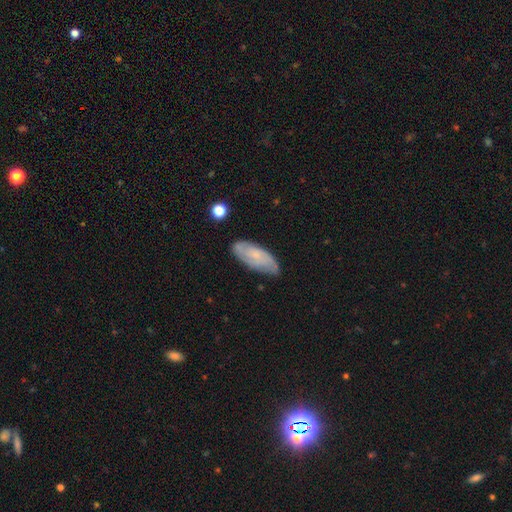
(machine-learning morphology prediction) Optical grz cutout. It shows a featured or disk galaxy (47%). Merging: none (76%).